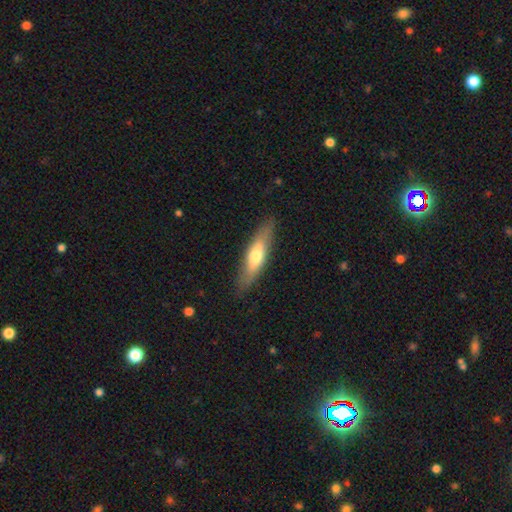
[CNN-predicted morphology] A smooth galaxy with no disk features (54%) that is cigar-shaped (70%).

Vote fractions:
- Smooth or featured? smooth: 54% / featured or disk: 40% / star or artifact: 6%
- How rounded? cigar-shaped: 70% / in between: 28% / round: 2%
- Merging? none: 86% / minor disturbance: 10% / major disturbance: 2% / merger: 1%